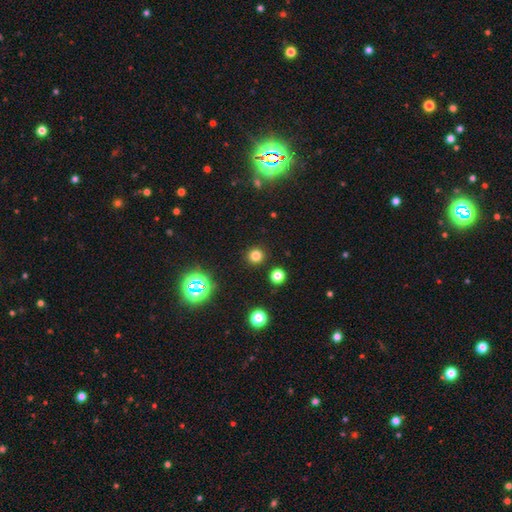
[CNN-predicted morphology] smooth-or-featured: smooth: 75% | star or artifact: 19% | featured or disk: 5%
  how-rounded: round: 94% | in between: 5% | cigar-shaped: 1%
  merging: none: 90% | minor disturbance: 5% | merger: 2% | major disturbance: 2%